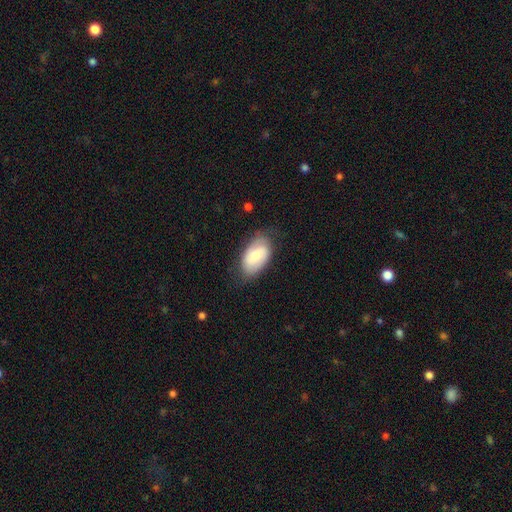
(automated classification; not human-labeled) A smooth galaxy with no disk features (59%) that is in between round and cigar-shaped (93%). Merging: none (71%).